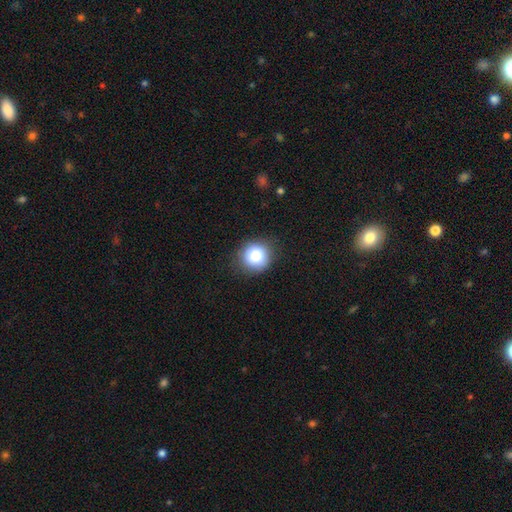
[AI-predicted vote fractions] A smooth galaxy with no disk features (85%) that is round (88%).

Vote fractions:
- Smooth or featured? smooth: 85% / star or artifact: 9% / featured or disk: 6%
- How rounded? round: 88% / in between: 11% / cigar-shaped: 1%
- Merging? none: 84% / minor disturbance: 11% / major disturbance: 3% / merger: 1%